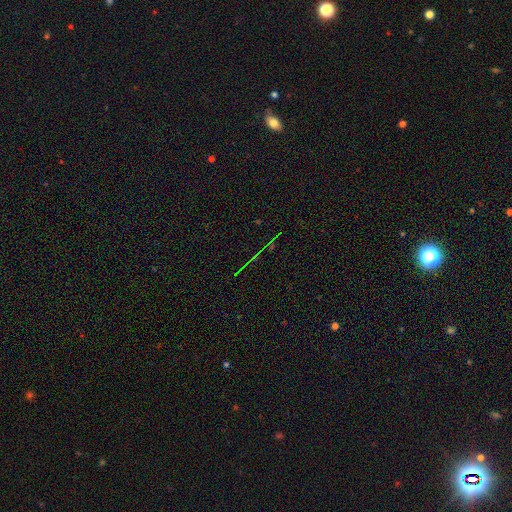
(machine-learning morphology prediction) Overall: star or artifact (66%).